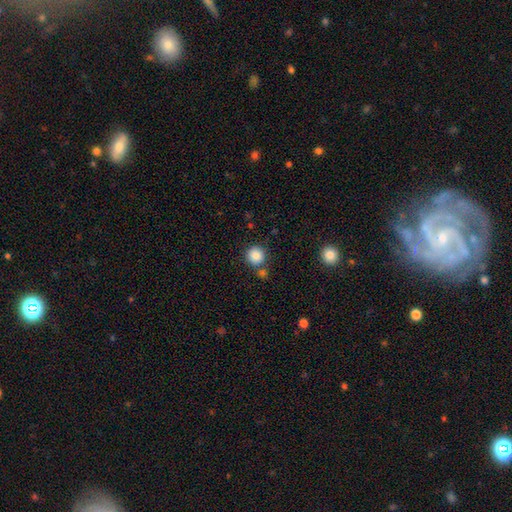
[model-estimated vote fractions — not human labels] A smooth galaxy with no disk features (87%) that is round (92%). Merging: none (74%).